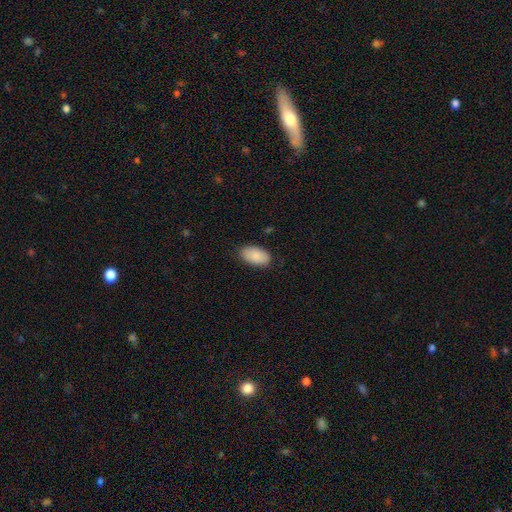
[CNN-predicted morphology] The model was most divided on "merging": none: 83%, minor disturbance: 13%, major disturbance: 3%, merger: 1%. More confident: how rounded — in between (95%); smooth or featured — smooth (89%).